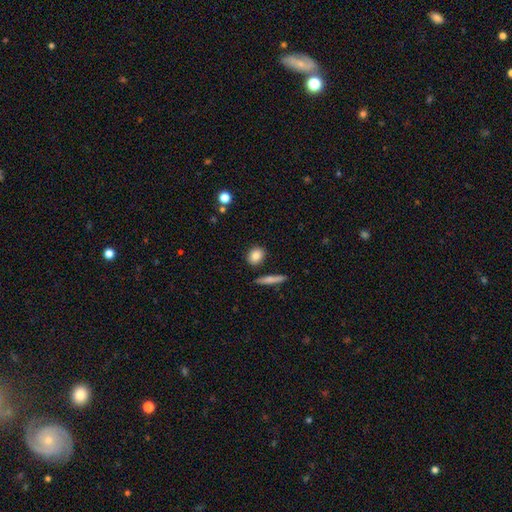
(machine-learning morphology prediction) A smooth galaxy with no disk features (83%) that is round (55%).

Vote fractions:
- Smooth or featured? smooth: 83% / featured or disk: 9% / star or artifact: 8%
- How rounded? round: 55% / in between: 40% / cigar-shaped: 5%
- Merging? none: 84% / minor disturbance: 9% / merger: 5% / major disturbance: 2%